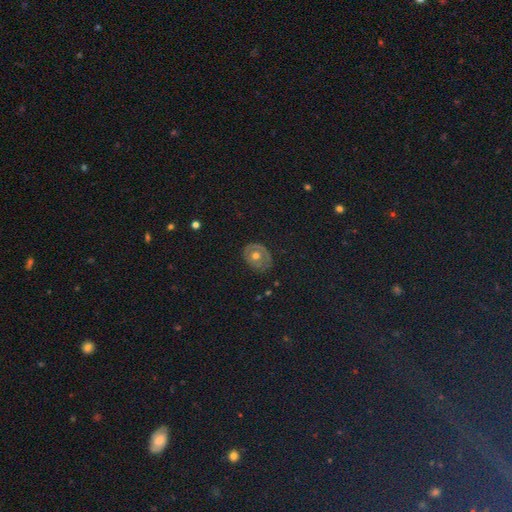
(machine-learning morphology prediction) Smooth or featured? featured or disk (44%, tied with smooth)
Merging? none (74%)